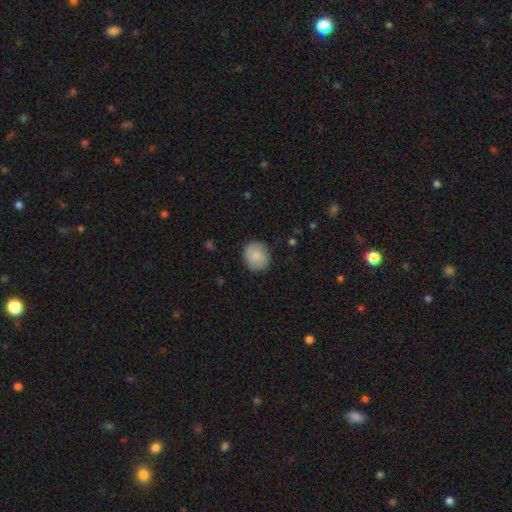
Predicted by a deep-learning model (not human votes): The model was most divided on "how rounded": round: 83%, in between: 16%, cigar-shaped: 1%. More confident: merging — none (86%); smooth or featured — smooth (83%).